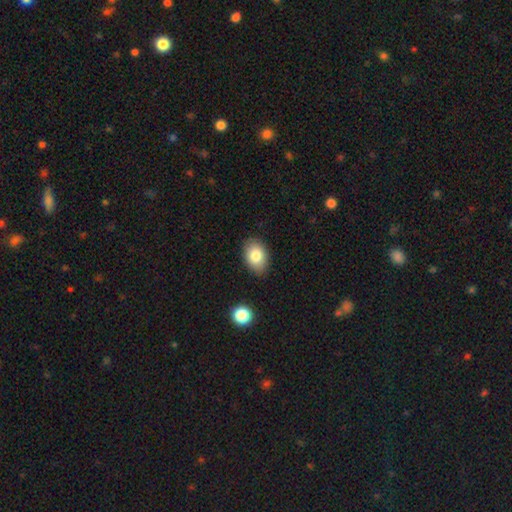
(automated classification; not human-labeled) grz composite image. It shows a smooth galaxy with no disk features (82%) that is in between round and cigar-shaped (81%). Merging: none (84%).